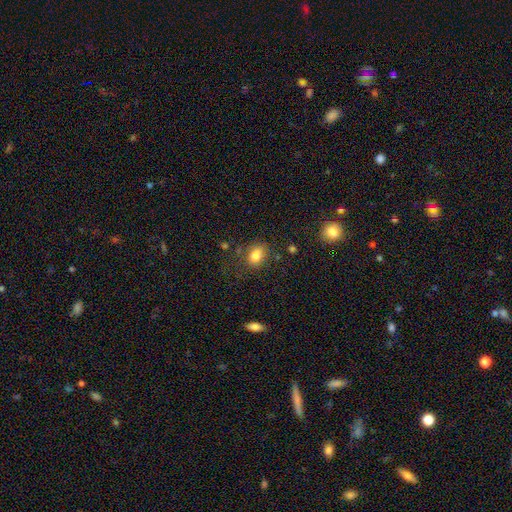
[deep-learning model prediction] This is clearly a smooth galaxy (82%). How rounded: likely in between (70%). Merging: likely none (74%).